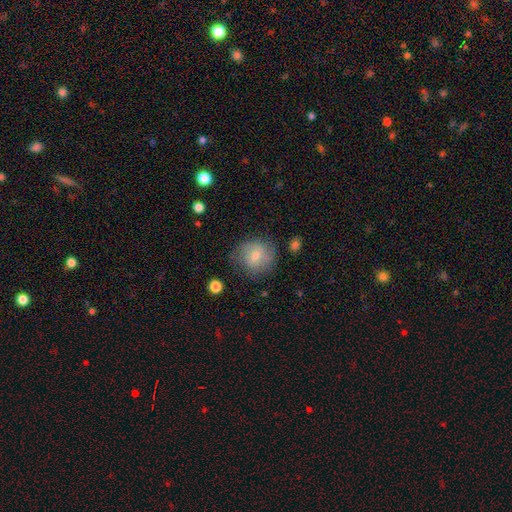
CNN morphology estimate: The model was most divided on "smooth or featured": smooth: 62%, featured or disk: 30%, star or artifact: 8%. More confident: how rounded — round (83%); merging — none (69%).